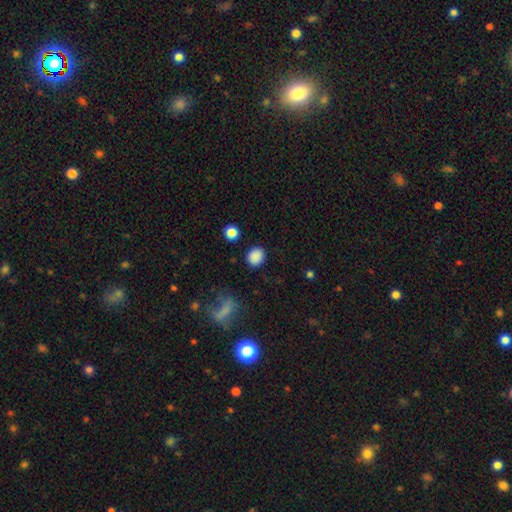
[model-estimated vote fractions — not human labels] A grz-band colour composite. It shows a smooth galaxy with no disk features (87%) that is round (71%). Merging: none (87%).